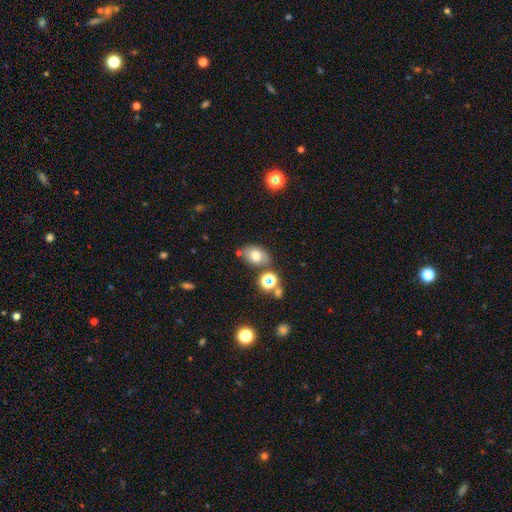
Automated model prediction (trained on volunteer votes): A smooth galaxy with no disk features (70%) that is in between round and cigar-shaped (76%). Merging: none (73%).